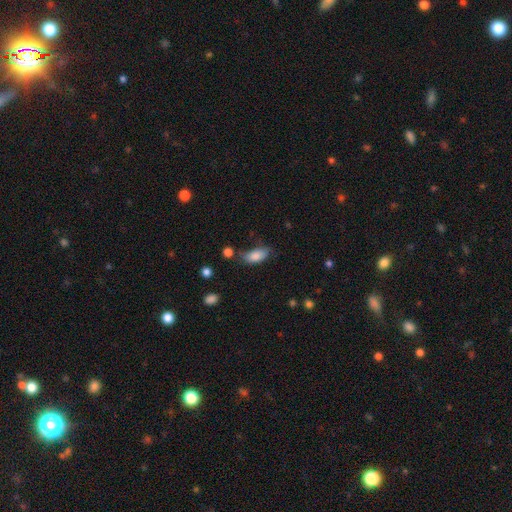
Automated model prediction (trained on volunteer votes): smooth_or_featured: smooth (p=0.85) [alt: featured or disk p=0.08]
how_rounded: in between (p=0.89) [alt: cigar-shaped p=0.08]
merging: none (p=0.58) [alt: minor disturbance p=0.28]